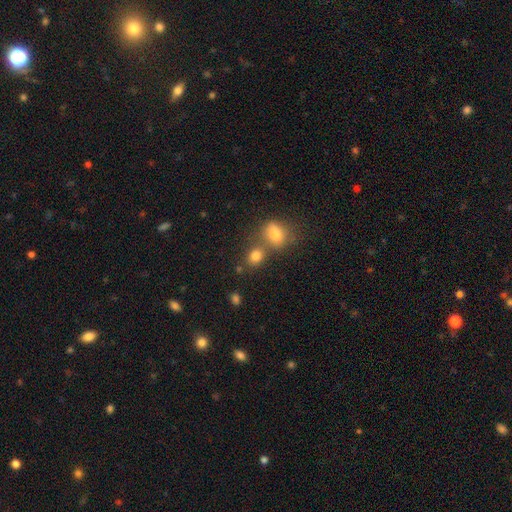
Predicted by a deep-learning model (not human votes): The model was most divided on "how rounded": round: 54%, in between: 45%, cigar-shaped: 2%. More confident: smooth or featured — smooth (79%); merging — none (52%).